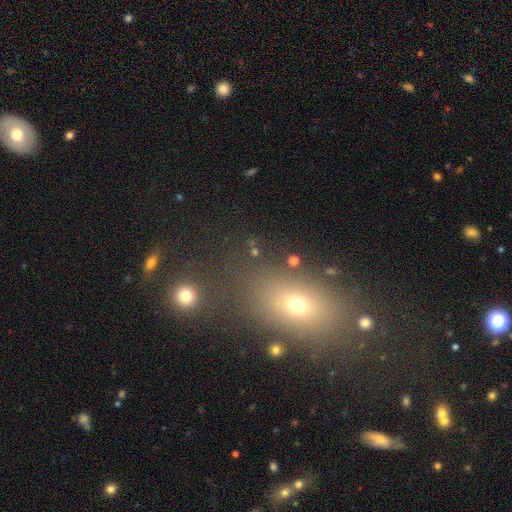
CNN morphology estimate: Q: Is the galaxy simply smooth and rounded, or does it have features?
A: smooth — 58%.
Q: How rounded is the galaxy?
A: in between — 67%.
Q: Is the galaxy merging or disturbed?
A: none — 78%.